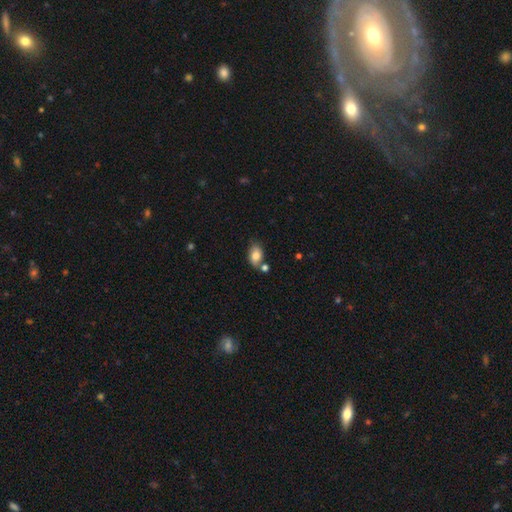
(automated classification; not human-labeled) smooth-or-featured: smooth: 79% | featured or disk: 13% | star or artifact: 8%
  how-rounded: in between: 86% | round: 12% | cigar-shaped: 2%
  merging: none: 59% | minor disturbance: 19% | merger: 17% | major disturbance: 5%